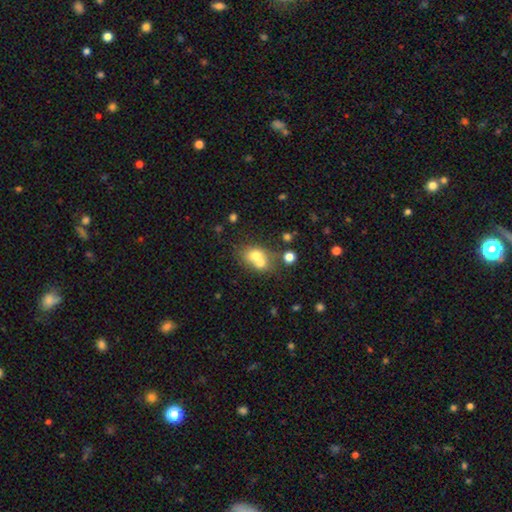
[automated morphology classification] Overall: smooth (66%). How rounded: round (56%; in between 43%). Merging: merger (62%; none 28%).